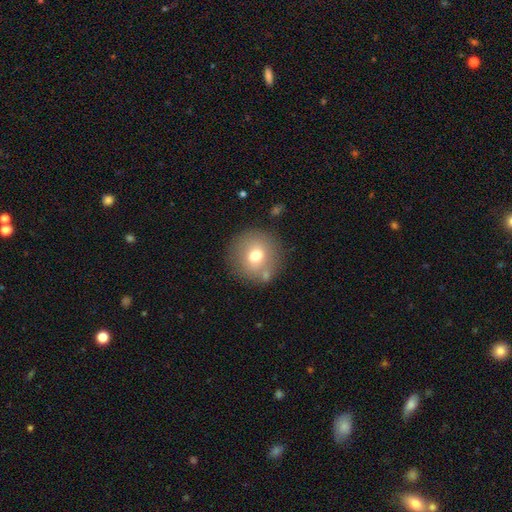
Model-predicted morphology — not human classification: Q: Smooth or featured?
A: smooth (72%); runner-up: featured or disk (18%)
Q: How rounded?
A: round (93%); runner-up: in between (7%)
Q: Merging?
A: none (82%); runner-up: minor disturbance (10%)